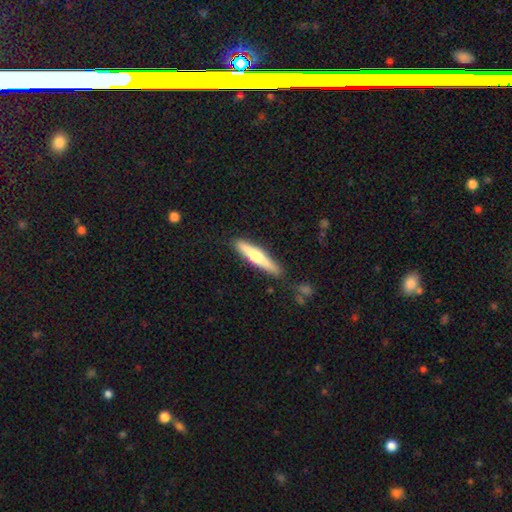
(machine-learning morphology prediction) This appears to be a smooth galaxy with no disk features (49%). Merging: none (85%).